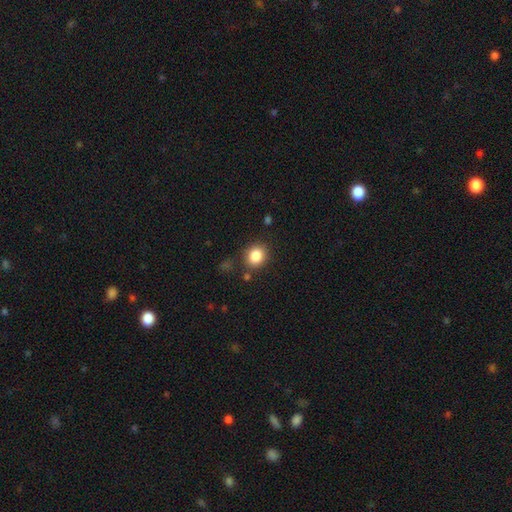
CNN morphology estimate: The model was most divided on "how rounded": round: 67%, in between: 32%, cigar-shaped: 1%. More confident: smooth or featured — smooth (85%); merging — none (83%).